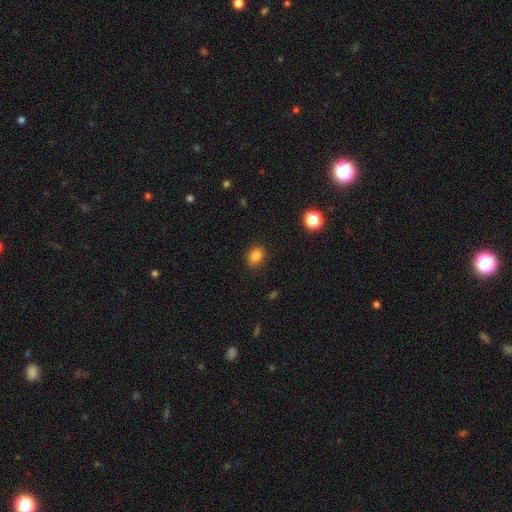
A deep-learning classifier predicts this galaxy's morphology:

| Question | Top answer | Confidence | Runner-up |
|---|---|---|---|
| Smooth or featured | smooth | 84% | star or artifact (12%) |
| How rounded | in between | 53% | round (46%) |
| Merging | none | 87% | minor disturbance (9%) |